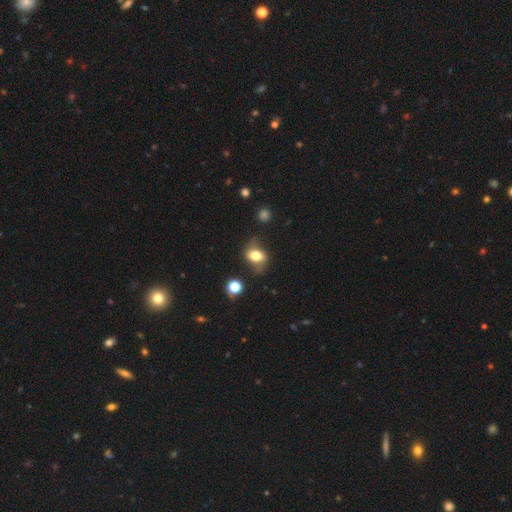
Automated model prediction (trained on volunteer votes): Smooth or featured?
  - smooth: 64% *
  - featured or disk: 26%
  - star or artifact: 10%
How rounded?
  - in between: 69% *
  - round: 29%
  - cigar-shaped: 2%
Merging?
  - none: 61% *
  - minor disturbance: 25%
  - major disturbance: 11%
  - merger: 3%